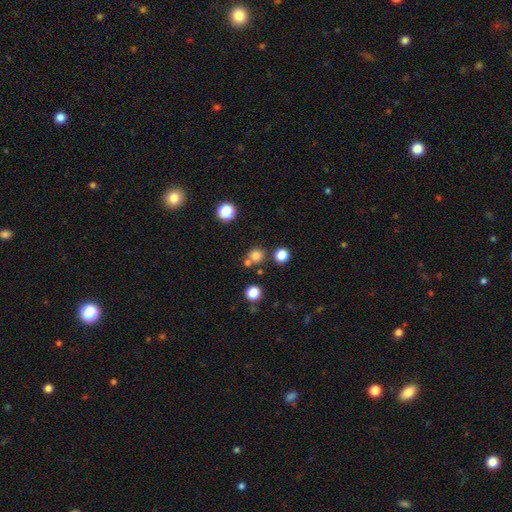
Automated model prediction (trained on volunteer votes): Smooth or featured?
  - smooth: 75% *
  - star or artifact: 17%
  - featured or disk: 7%
How rounded?
  - round: 89% *
  - in between: 10%
  - cigar-shaped: 1%
Merging?
  - none: 69% *
  - merger: 20%
  - minor disturbance: 8%
  - major disturbance: 3%